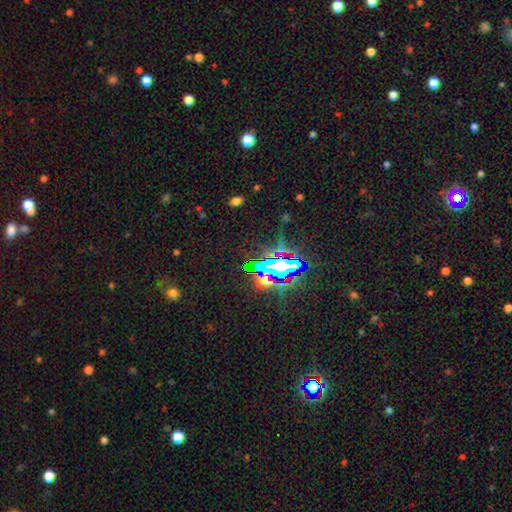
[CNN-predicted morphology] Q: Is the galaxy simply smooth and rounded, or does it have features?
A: star or artifact — 83%.